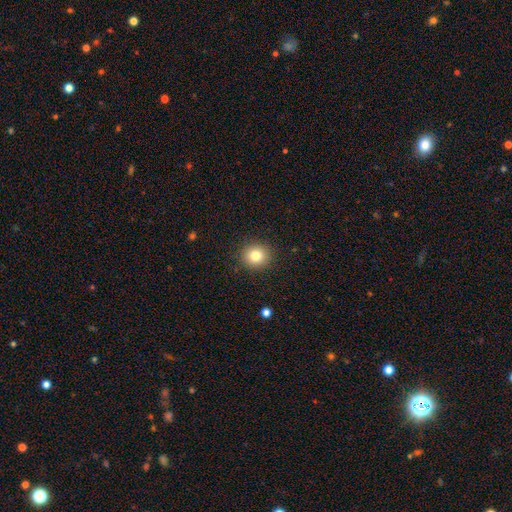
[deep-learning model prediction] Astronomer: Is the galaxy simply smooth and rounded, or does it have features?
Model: smooth — 81%.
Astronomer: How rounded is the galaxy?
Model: round — 88%.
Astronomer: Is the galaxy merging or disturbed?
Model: none — 90%.